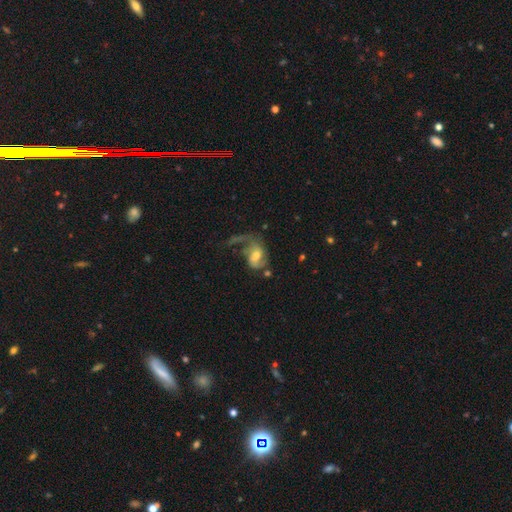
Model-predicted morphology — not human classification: A featured or disk galaxy (71%) with a weak bar (48%), 1 (46%) loose (63%) spiral arms (87%) and a moderate central bulge (54%).

Vote fractions:
- Smooth or featured? featured or disk: 71% / smooth: 21% / star or artifact: 8%
- Edge-on disk? no: 97% / yes: 3%
- Bar? weak: 48% / no: 38% / strong: 14%
- Spiral arms? yes: 87% / no: 13%
- Spiral winding? loose: 63% / medium: 28% / tight: 9%
- Spiral arm count? 1: 46% / 2: 44% / can't tell: 6% / 3: 2% / 4: 1% / more than 4: 1%
- Bulge size? moderate: 54% / small: 24% / large: 14% / none: 6% / dominant: 2%
- Merging? major disturbance: 47% / none: 30% / minor disturbance: 16% / merger: 7%